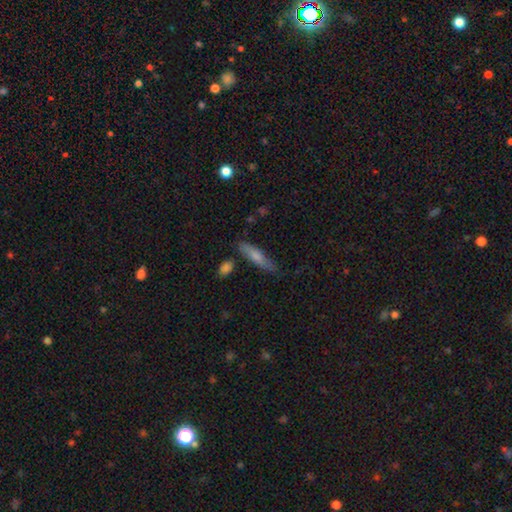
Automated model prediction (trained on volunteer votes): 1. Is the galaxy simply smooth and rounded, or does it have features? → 70% smooth, 23% featured or disk, 6% star or artifact.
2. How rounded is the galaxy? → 74% cigar-shaped, 24% in between, 2% round.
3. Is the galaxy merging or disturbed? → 70% none, 21% minor disturbance, 5% merger, 5% major disturbance.